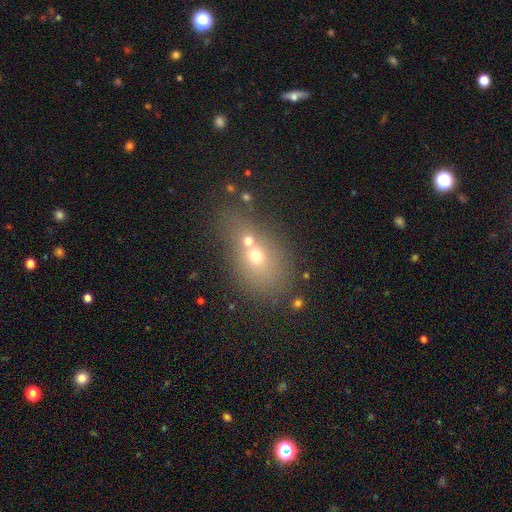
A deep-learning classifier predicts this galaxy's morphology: This appears to be a smooth galaxy with no disk features (56%) that is in between round and cigar-shaped (55%). Merging: merger (51%).